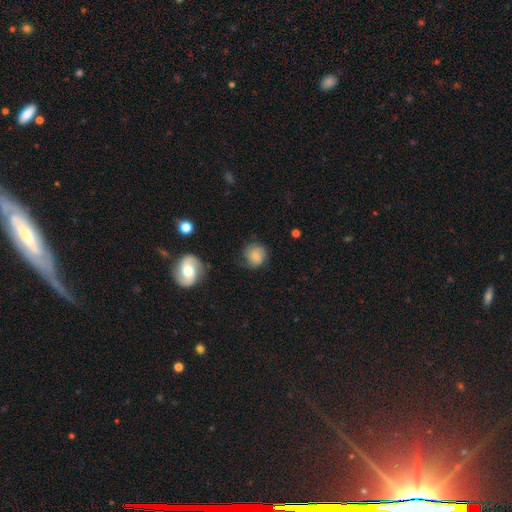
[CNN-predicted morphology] smooth_or_featured: smooth (p=0.61) [alt: featured or disk p=0.29]
how_rounded: round (p=0.82) [alt: in between p=0.17]
merging: none (p=0.67) [alt: minor disturbance p=0.23]